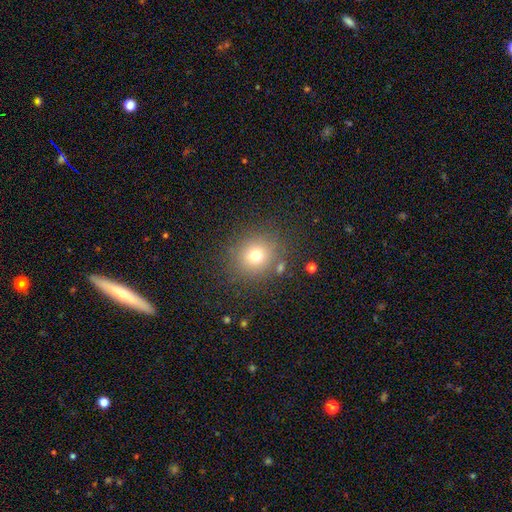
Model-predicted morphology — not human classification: smooth 73%, star or artifact 17%, featured or disk 11%. Down the decision tree: how rounded — round (84%); merging — none (82%).